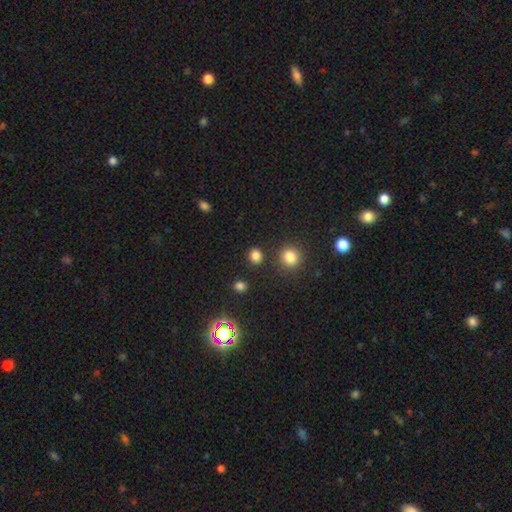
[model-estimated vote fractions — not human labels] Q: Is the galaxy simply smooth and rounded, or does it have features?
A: smooth — 82%.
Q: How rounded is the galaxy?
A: round — 77%.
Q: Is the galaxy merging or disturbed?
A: none — 86%.